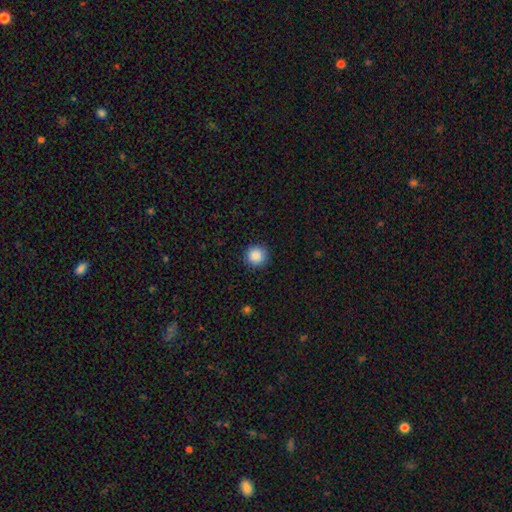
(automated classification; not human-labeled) Overall: smooth (88%). How rounded: round (95%). Merging: none (91%).